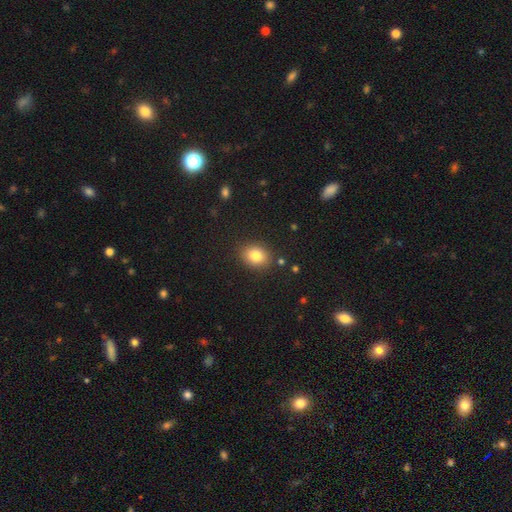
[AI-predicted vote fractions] Overall: smooth (81%). How rounded: round (51%; in between 48%). Merging: none (87%).